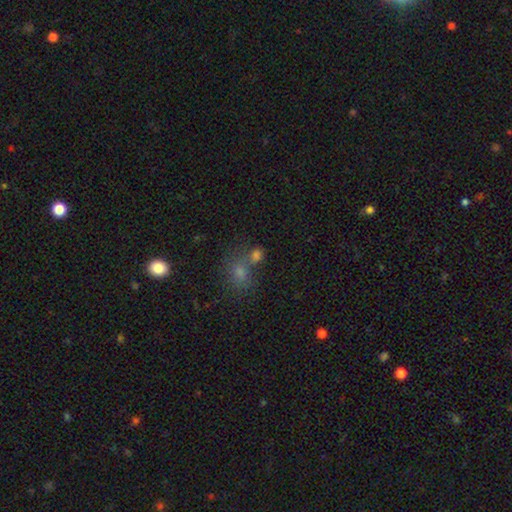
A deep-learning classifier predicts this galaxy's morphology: Smooth or featured? smooth (68%)
How rounded? round (50%)
Merging? merger (47%)